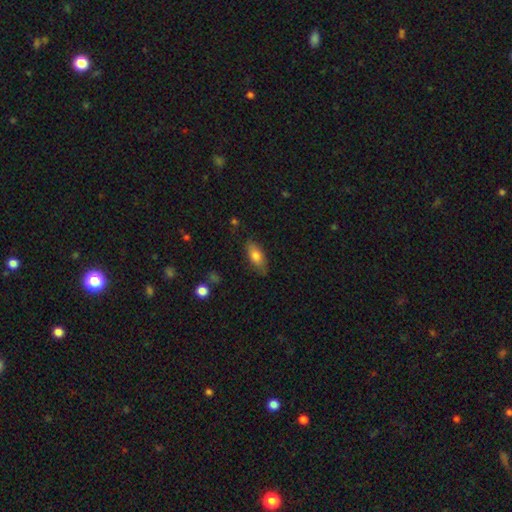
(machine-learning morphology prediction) smooth 76%, featured or disk 17%, star or artifact 7%. Down the decision tree: how rounded — in between (82%); merging — none (79%).